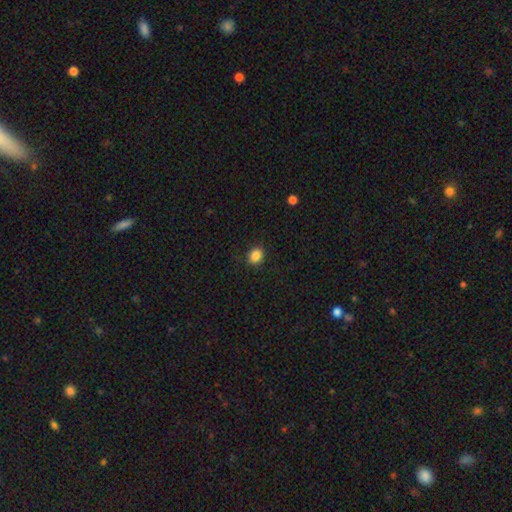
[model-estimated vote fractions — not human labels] Q: Smooth or featured?
A: smooth (86%); runner-up: star or artifact (10%)
Q: How rounded?
A: round (66%); runner-up: in between (33%)
Q: Merging?
A: none (88%); runner-up: minor disturbance (8%)